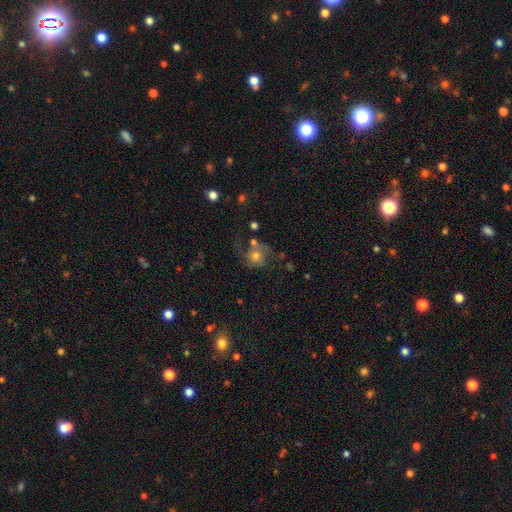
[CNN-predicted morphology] Q: Smooth or featured?
A: smooth (54%); runner-up: featured or disk (33%)
Q: How rounded?
A: round (78%); runner-up: in between (21%)
Q: Merging?
A: none (40%); runner-up: major disturbance (26%)